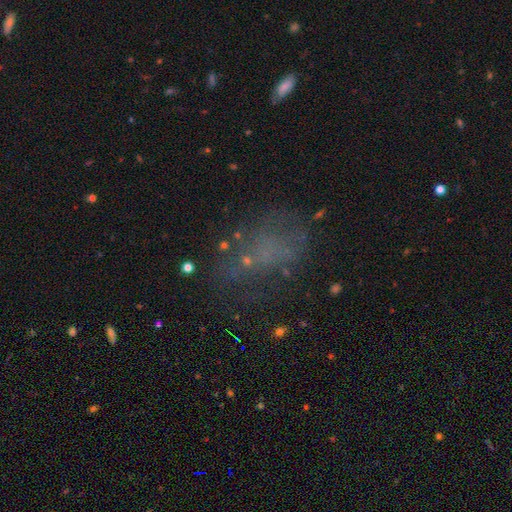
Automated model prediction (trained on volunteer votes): smooth 40%, featured or disk 31%, star or artifact 29%. Down the decision tree: merging — none (49%).